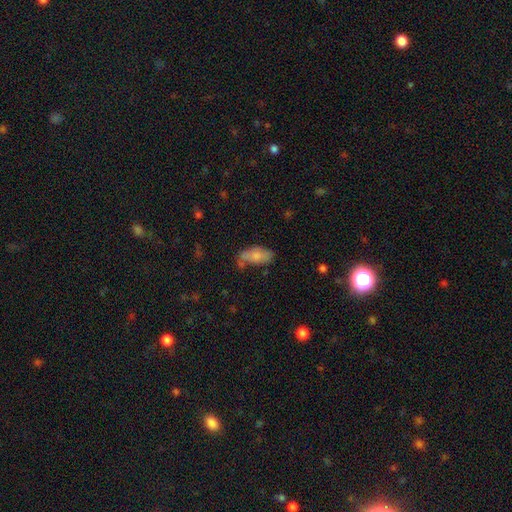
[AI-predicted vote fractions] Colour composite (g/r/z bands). It shows a smooth galaxy with no disk features (75%) that is in between round and cigar-shaped (85%). Merging: none (54%).